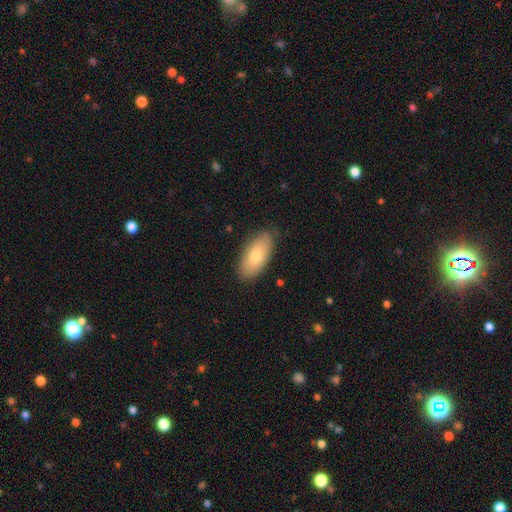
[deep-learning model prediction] Smooth or featured? Predicted: smooth (p=0.74). How rounded? Predicted: in between (p=0.91). Merging? Predicted: none (p=0.83).